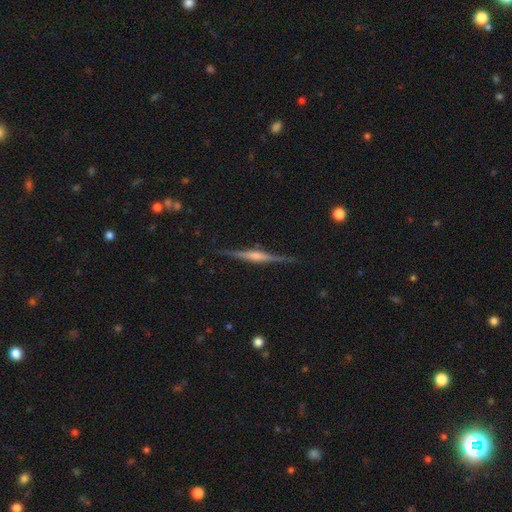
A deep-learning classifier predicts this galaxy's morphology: This appears to be a featured or disk galaxy (79%) viewed edge-on (98%) with a rounded central bulge (66%). Merging: none (88%).